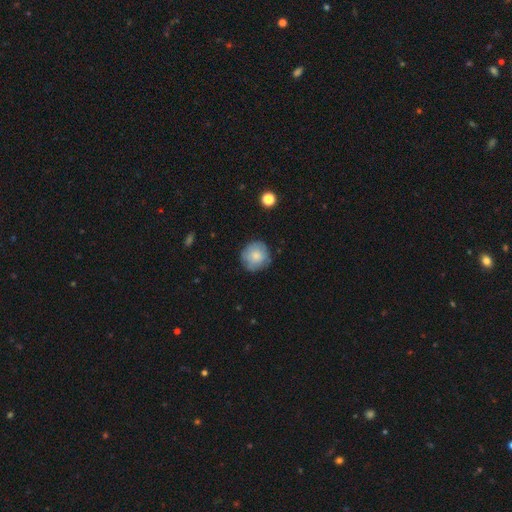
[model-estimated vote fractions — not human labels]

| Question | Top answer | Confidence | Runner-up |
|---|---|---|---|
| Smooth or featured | smooth | 75% | featured or disk (17%) |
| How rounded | round | 92% | in between (7%) |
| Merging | none | 79% | minor disturbance (16%) |